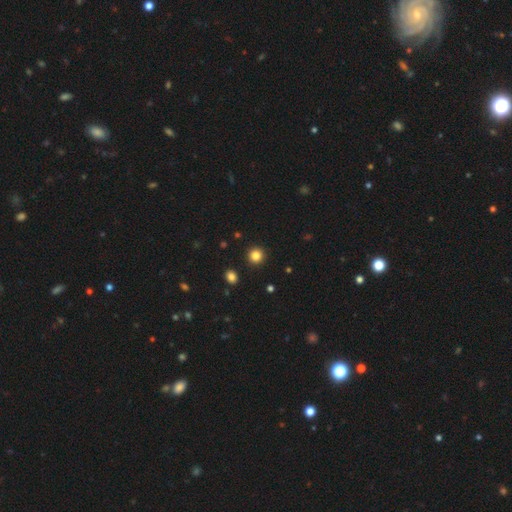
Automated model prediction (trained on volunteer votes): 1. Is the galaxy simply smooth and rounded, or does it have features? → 84% smooth, 12% star or artifact, 4% featured or disk.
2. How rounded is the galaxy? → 94% round, 5% in between, 1% cigar-shaped.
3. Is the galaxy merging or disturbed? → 92% none, 5% minor disturbance, 2% major disturbance, 2% merger.